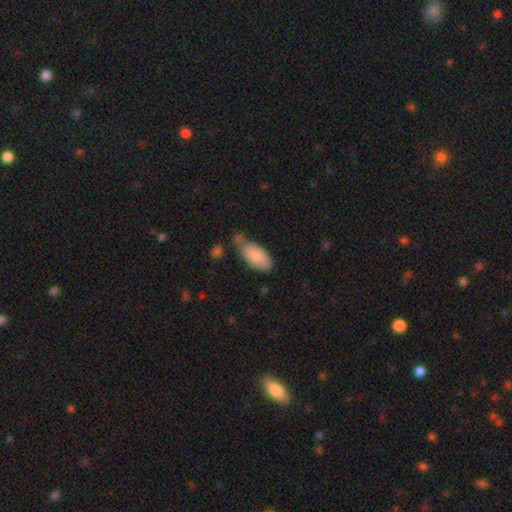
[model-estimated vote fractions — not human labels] Smooth or featured? Predicted: smooth (p=0.84). How rounded? Predicted: in between (p=0.93). Merging? Predicted: none (p=0.39).